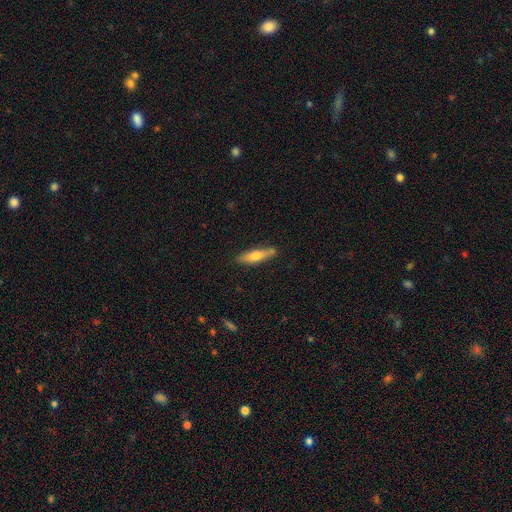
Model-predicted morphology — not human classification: Q: Smooth or featured?
A: smooth (60%); runner-up: featured or disk (34%)
Q: How rounded?
A: cigar-shaped (70%); runner-up: in between (28%)
Q: Merging?
A: none (80%); runner-up: minor disturbance (14%)